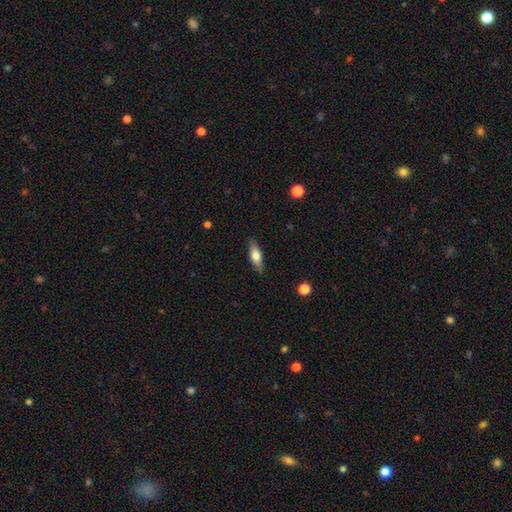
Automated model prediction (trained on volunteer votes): Smooth or featured? Predicted: smooth (p=0.64). How rounded? Predicted: in between (p=0.58). Merging? Predicted: none (p=0.86).